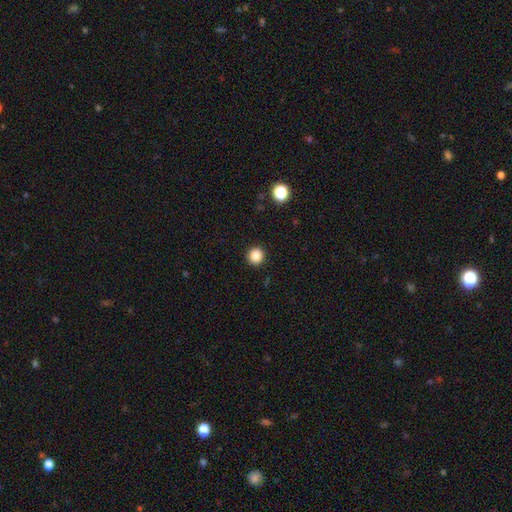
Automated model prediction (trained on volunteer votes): Q: Smooth or featured?
A: smooth (86%); runner-up: star or artifact (10%)
Q: How rounded?
A: round (93%); runner-up: in between (6%)
Q: Merging?
A: none (93%); runner-up: minor disturbance (4%)